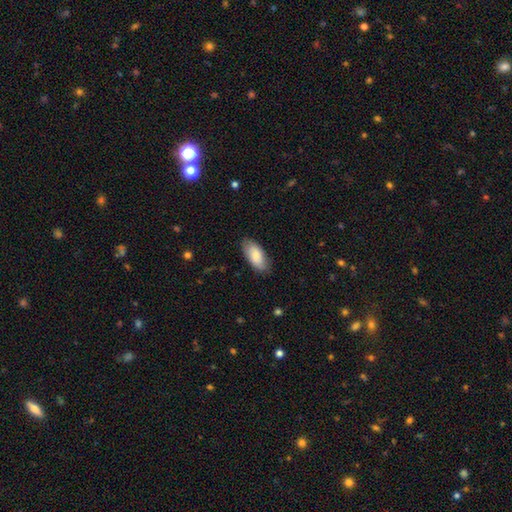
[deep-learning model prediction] Morphology: type=smooth (82%); roundness=in between (91%); merging=none (81%).